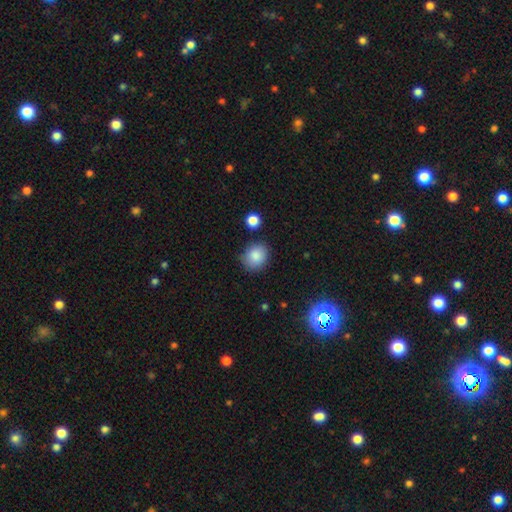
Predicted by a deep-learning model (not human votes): This appears to be a smooth galaxy with no disk features (86%) that is round (75%). Merging: none (78%).